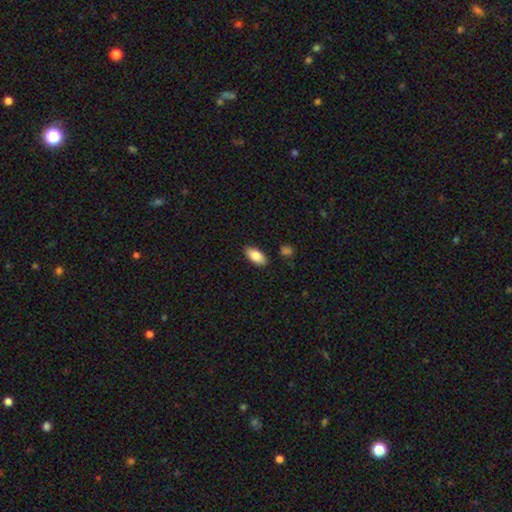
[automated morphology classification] Smooth or featured: smooth — 86% (featured or disk — 8%)
How rounded: in between — 91% (cigar-shaped — 7%)
Merging: none — 87% (minor disturbance — 9%)